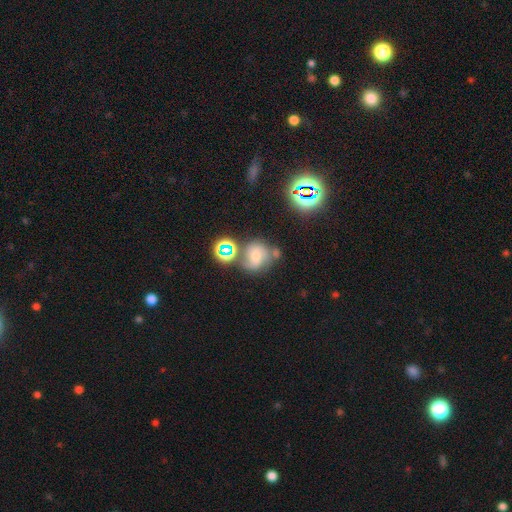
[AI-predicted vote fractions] featured or disk 45%, smooth 28%, star or artifact 27%. Down the decision tree: merging — none (48%).